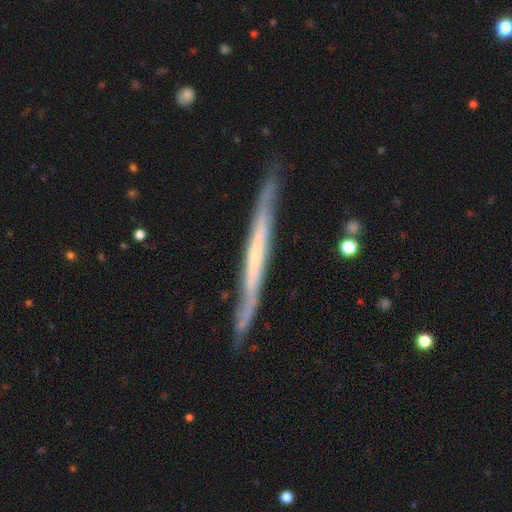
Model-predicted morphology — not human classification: type=featured or disk (70%); edge-on=yes (91%); edge-on bulge=none (76%); merging=none (81%).